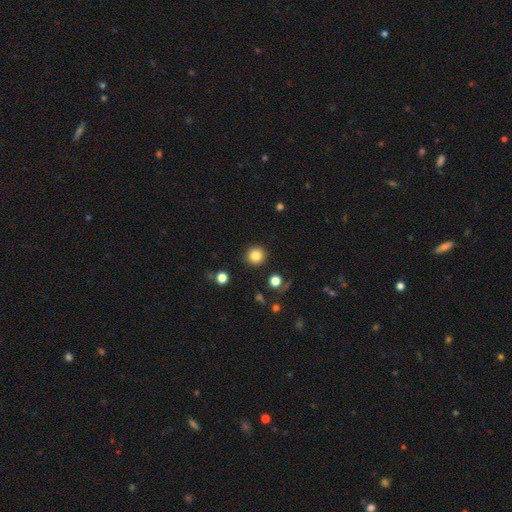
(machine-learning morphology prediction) type=smooth (83%); roundness=round (95%); merging=none (90%).